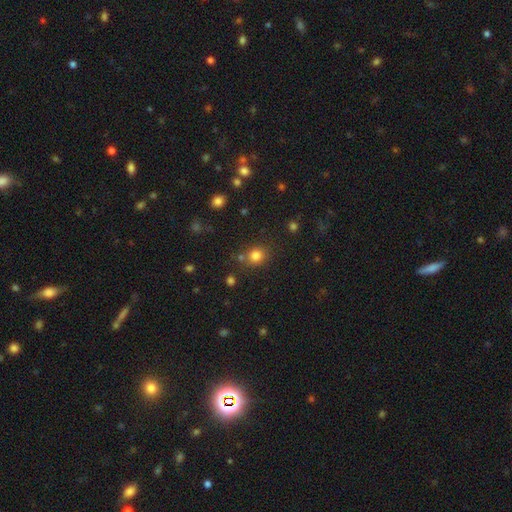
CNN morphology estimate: Overall: smooth (81%). How rounded: round (78%). Merging: none (76%).